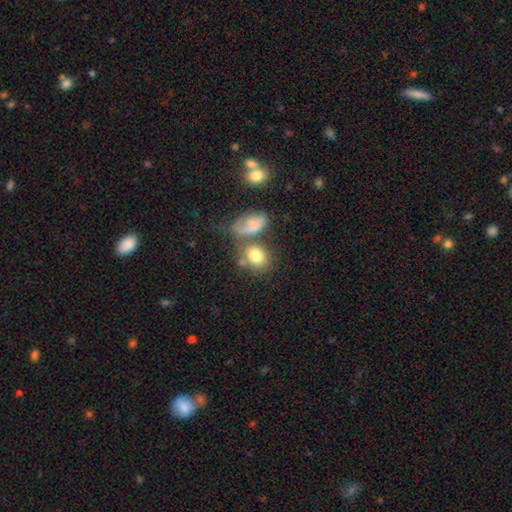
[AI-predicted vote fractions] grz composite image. It shows a smooth galaxy with no disk features (78%) that is in between round and cigar-shaped (54%). Merging: none (46%).